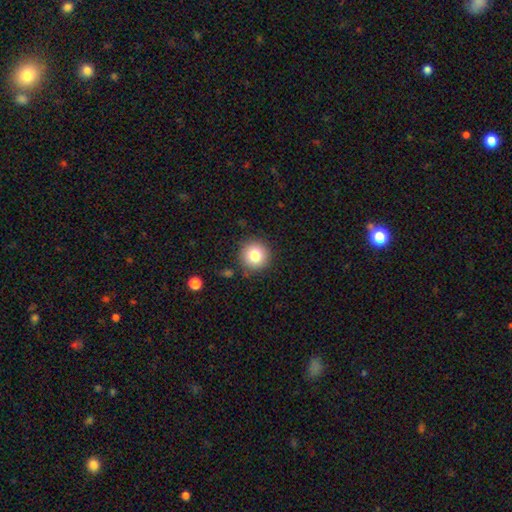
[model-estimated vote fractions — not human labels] This is likely a smooth galaxy (75%). How rounded: clearly round (96%). Merging: clearly none (91%).